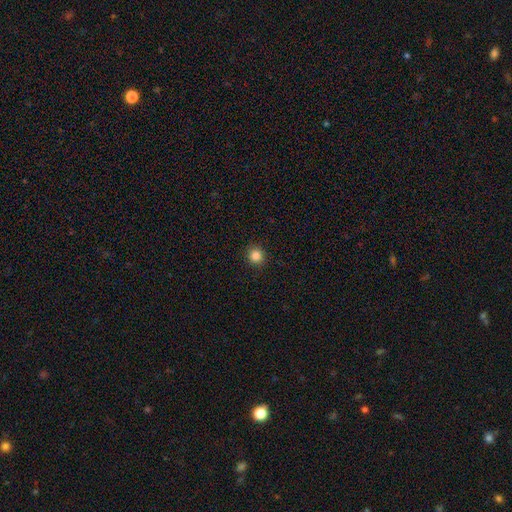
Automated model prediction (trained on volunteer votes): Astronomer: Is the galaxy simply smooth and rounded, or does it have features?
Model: smooth — 84%.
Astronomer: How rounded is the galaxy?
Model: round — 93%.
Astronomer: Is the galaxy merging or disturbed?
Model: none — 92%.